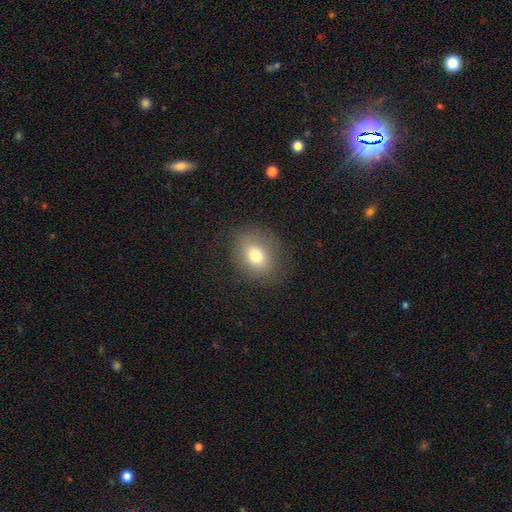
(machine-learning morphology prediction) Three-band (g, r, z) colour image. It shows a smooth galaxy with no disk features (77%) that is in between round and cigar-shaped (57%). Merging: none (83%).